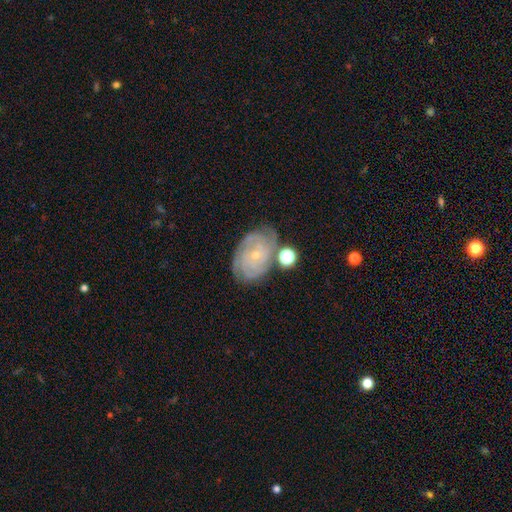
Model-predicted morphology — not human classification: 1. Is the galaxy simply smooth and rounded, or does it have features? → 80% featured or disk, 13% smooth, 7% star or artifact.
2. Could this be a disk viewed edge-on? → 97% no, 3% yes.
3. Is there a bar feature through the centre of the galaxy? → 78% no, 18% weak, 4% strong.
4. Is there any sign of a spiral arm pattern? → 94% yes, 6% no.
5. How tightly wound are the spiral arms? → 77% tight, 18% medium, 4% loose.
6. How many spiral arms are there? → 34% can't tell, 20% 4, 19% 3, 14% 2, 7% more than 4, 6% 1.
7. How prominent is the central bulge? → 81% small, 16% moderate, 2% none, 1% large, 1% dominant.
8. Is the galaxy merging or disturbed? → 70% none, 17% minor disturbance, 8% merger, 5% major disturbance.